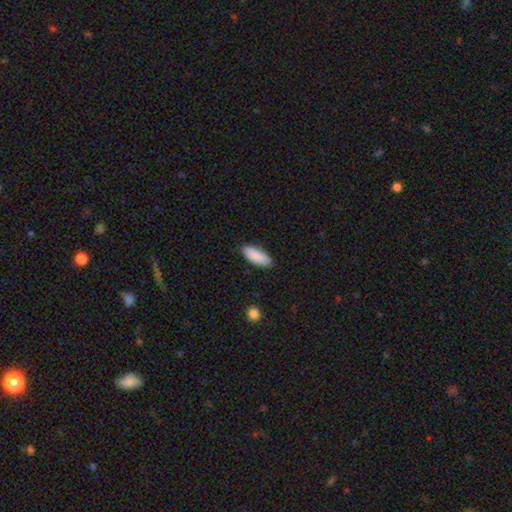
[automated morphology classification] Smooth or featured? Predicted: smooth (p=0.90). How rounded? Predicted: in between (p=0.78). Merging? Predicted: none (p=0.85).